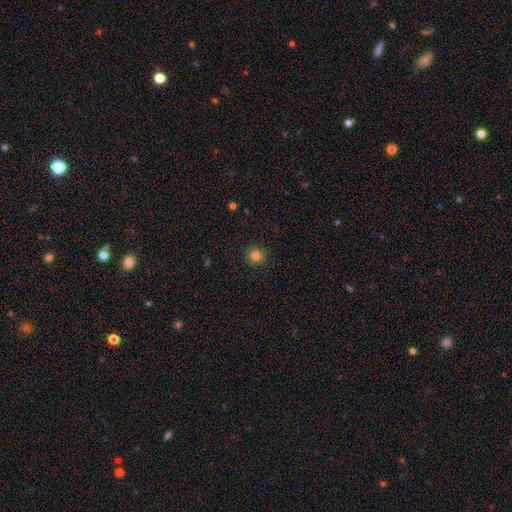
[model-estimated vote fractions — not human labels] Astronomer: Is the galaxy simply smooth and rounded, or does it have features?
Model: smooth — 82%.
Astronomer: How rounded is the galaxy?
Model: round — 91%.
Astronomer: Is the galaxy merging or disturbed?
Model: none — 89%.